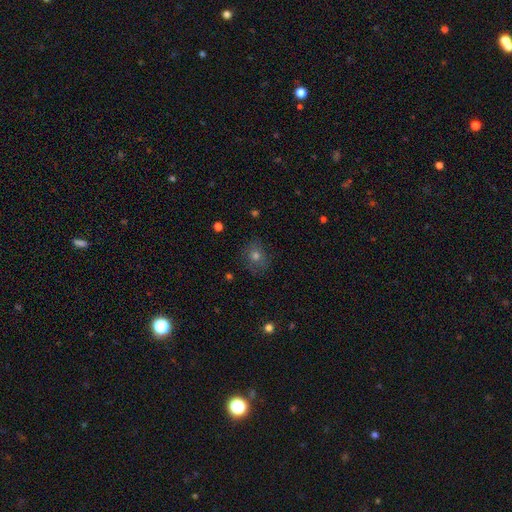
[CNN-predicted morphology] Smooth or featured: smooth — 62% (star or artifact — 22%)
How rounded: round — 71% (in between — 28%)
Merging: none — 81% (minor disturbance — 13%)